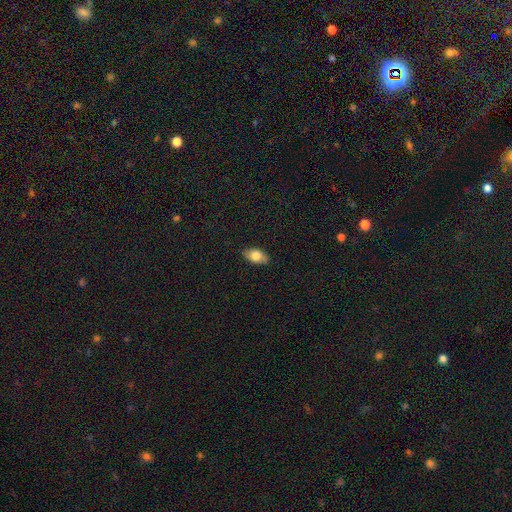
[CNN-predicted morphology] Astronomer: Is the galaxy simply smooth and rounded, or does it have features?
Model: smooth — 77%.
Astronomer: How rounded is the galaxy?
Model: in between — 90%.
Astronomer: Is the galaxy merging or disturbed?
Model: none — 87%.